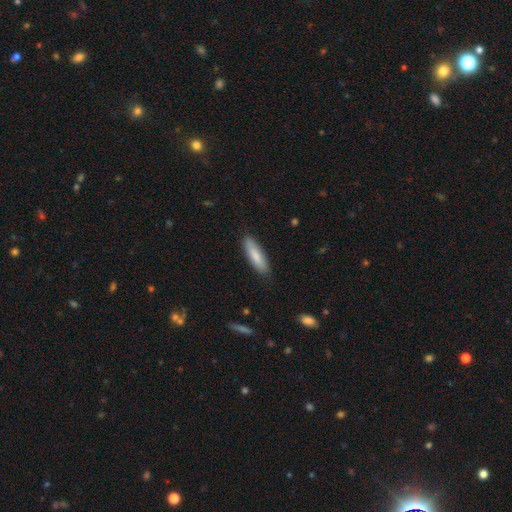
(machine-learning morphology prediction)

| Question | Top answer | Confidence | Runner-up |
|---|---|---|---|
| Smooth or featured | smooth | 83% | featured or disk (11%) |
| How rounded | cigar-shaped | 65% | in between (34%) |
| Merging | none | 85% | minor disturbance (12%) |